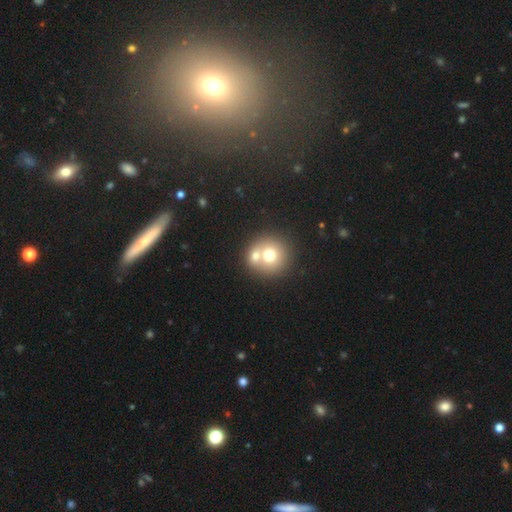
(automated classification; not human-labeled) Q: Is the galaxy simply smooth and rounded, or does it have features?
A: smooth — 68%.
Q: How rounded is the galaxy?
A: round — 88%.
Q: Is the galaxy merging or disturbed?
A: merger — 52%.